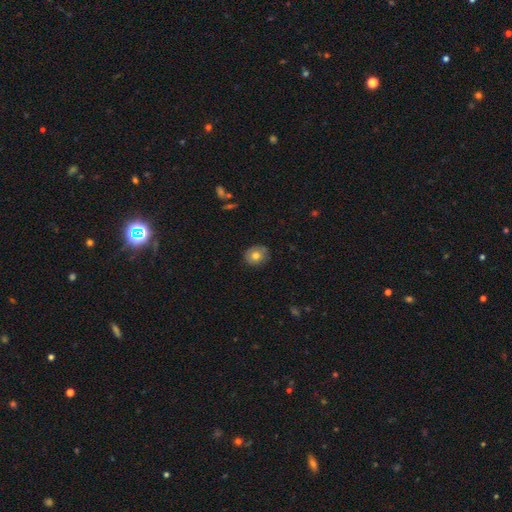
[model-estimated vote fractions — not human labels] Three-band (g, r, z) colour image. It shows a smooth galaxy with no disk features (72%) that is round (71%). Merging: none (84%).